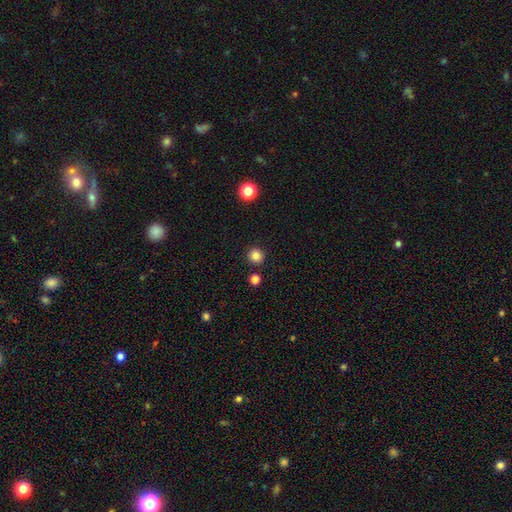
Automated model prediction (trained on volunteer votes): smooth-or-featured: smooth: 83% | star or artifact: 12% | featured or disk: 5%
  how-rounded: round: 95% | in between: 4% | cigar-shaped: 1%
  merging: none: 91% | minor disturbance: 5% | merger: 3% | major disturbance: 2%